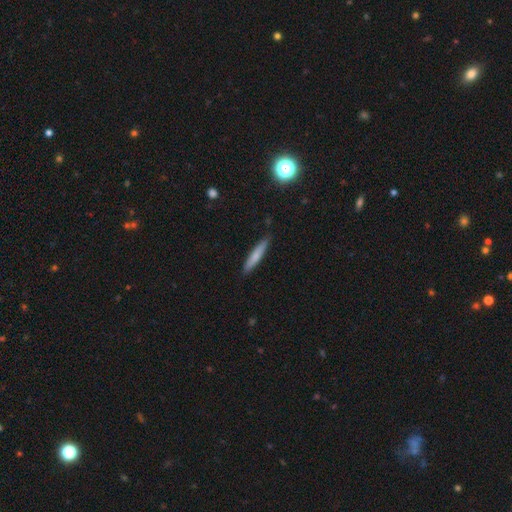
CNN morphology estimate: smooth-or-featured: smooth: 71% | featured or disk: 23% | star or artifact: 7%
  how-rounded: cigar-shaped: 92% | in between: 7% | round: 1%
  merging: none: 86% | minor disturbance: 10% | major disturbance: 2% | merger: 1%